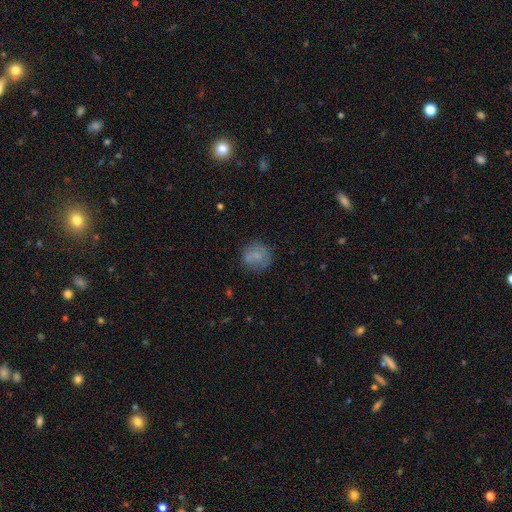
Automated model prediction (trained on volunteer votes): Morphology: type=smooth (72%); roundness=round (87%); merging=none (67%).